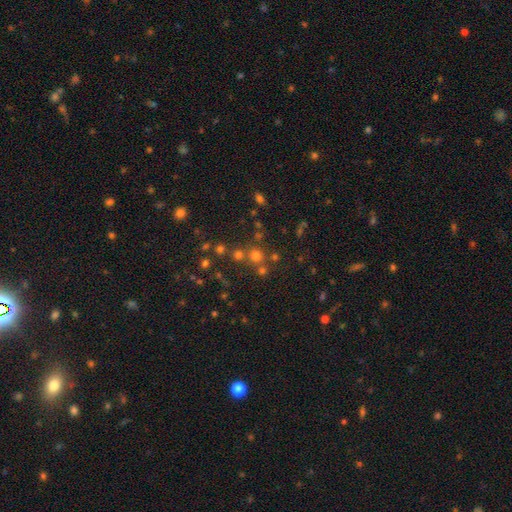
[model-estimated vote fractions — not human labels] A smooth galaxy with no disk features (63%) that is round (91%).

Vote fractions:
- Smooth or featured? smooth: 63% / star or artifact: 28% / featured or disk: 9%
- How rounded? round: 91% / in between: 8% / cigar-shaped: 1%
- Merging? none: 69% / merger: 20% / minor disturbance: 8% / major disturbance: 3%